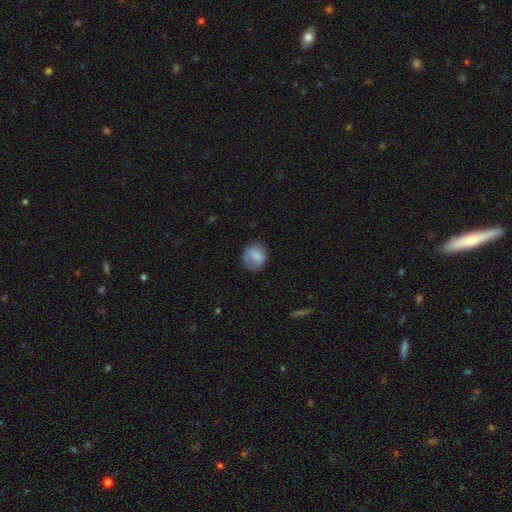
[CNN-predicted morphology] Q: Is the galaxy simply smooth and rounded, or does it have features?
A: smooth — 72%.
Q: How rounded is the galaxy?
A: round — 68%.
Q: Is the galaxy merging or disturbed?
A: none — 65%.